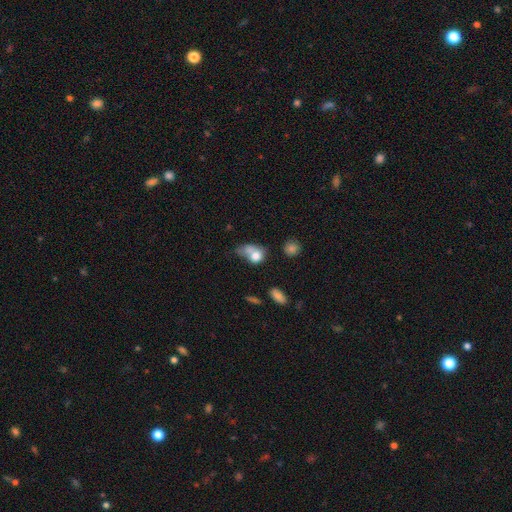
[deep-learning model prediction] Q: Smooth or featured?
A: smooth (72%); runner-up: featured or disk (19%)
Q: How rounded?
A: in between (57%); runner-up: round (41%)
Q: Merging?
A: merger (35%); runner-up: major disturbance (22%)